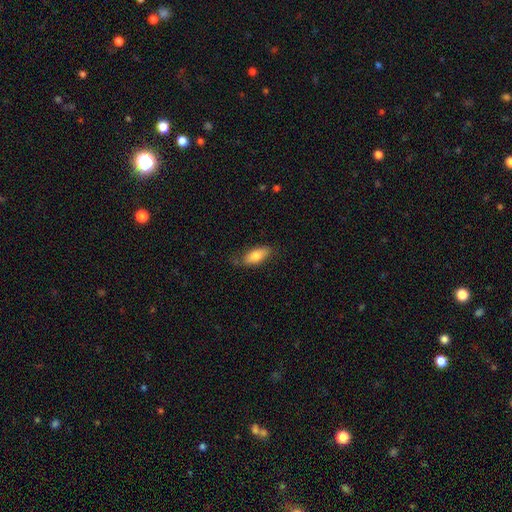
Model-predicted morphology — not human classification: A smooth galaxy with no disk features (77%) that is in between round and cigar-shaped (82%). Merging: none (71%).